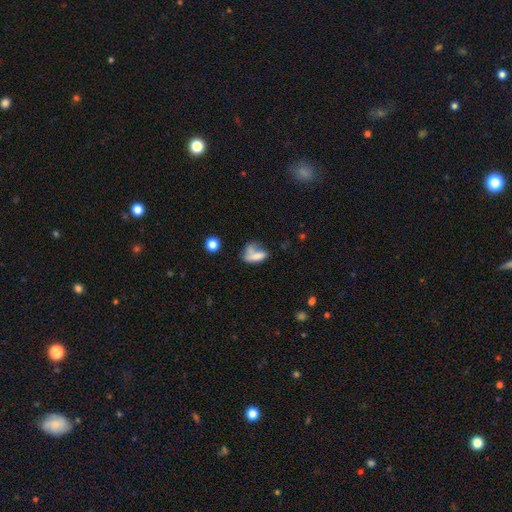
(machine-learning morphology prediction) smooth-or-featured: smooth: 66% | featured or disk: 22% | star or artifact: 12%
  how-rounded: in between: 72% | cigar-shaped: 19% | round: 9%
  merging: merger: 34% | none: 29% | major disturbance: 20% | minor disturbance: 17%